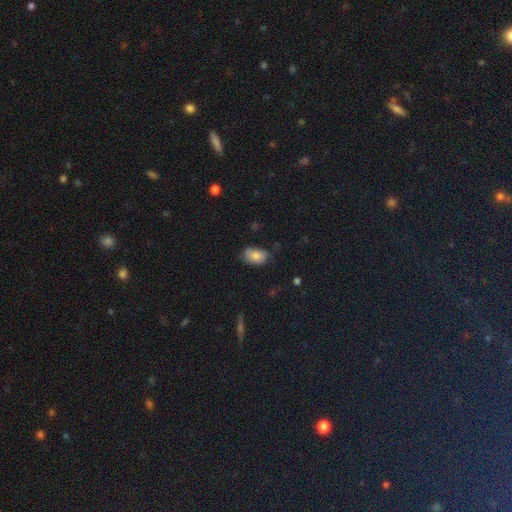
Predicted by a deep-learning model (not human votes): Overall: smooth (78%). How rounded: in between (89%). Merging: none (64%; minor disturbance 28%).